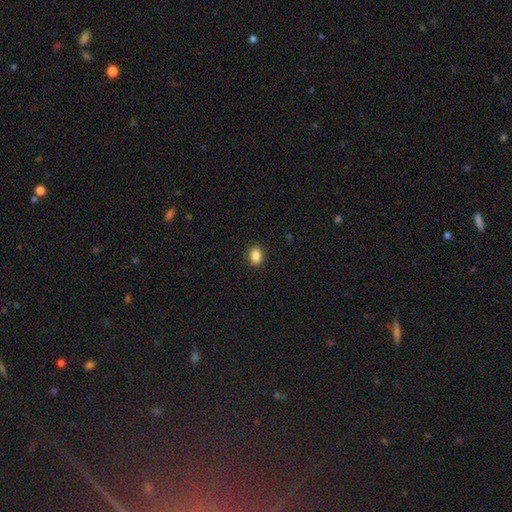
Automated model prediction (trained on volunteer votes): Morphology: type=smooth (87%); roundness=in between (76%); merging=none (90%).